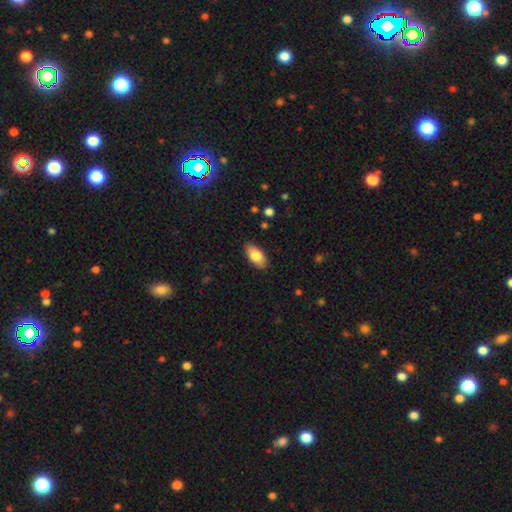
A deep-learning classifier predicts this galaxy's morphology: Smooth or featured? Predicted: smooth (p=0.78). How rounded? Predicted: in between (p=0.92). Merging? Predicted: none (p=0.87).